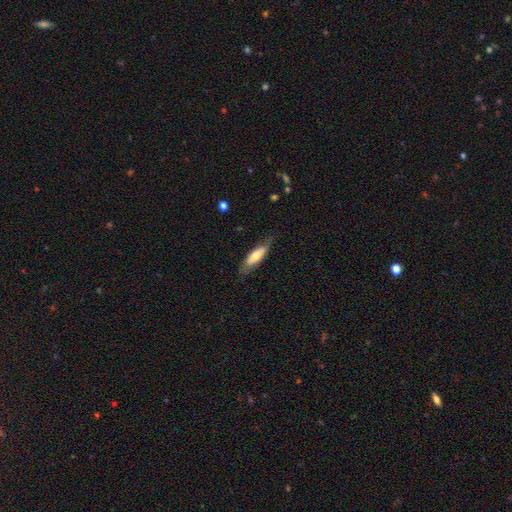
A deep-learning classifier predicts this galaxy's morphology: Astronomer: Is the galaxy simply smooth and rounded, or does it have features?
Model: smooth — 60%.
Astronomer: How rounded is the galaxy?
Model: cigar-shaped — 49%, tied with in between at 49%.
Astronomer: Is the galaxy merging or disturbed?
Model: none — 75%.